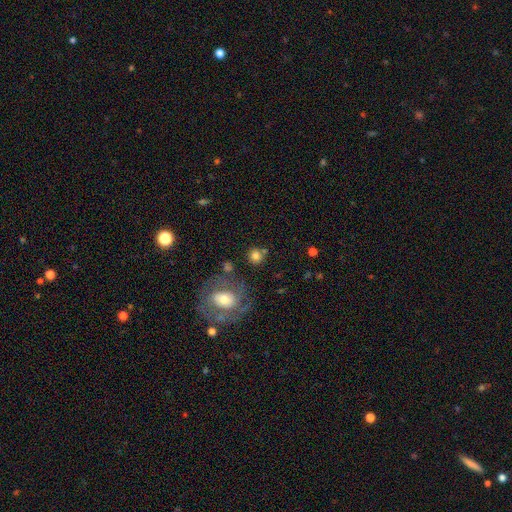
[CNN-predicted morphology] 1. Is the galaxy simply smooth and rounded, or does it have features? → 75% smooth, 13% featured or disk, 12% star or artifact.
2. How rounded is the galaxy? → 89% round, 10% in between, 1% cigar-shaped.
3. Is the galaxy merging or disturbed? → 75% none, 10% merger, 10% minor disturbance, 5% major disturbance.